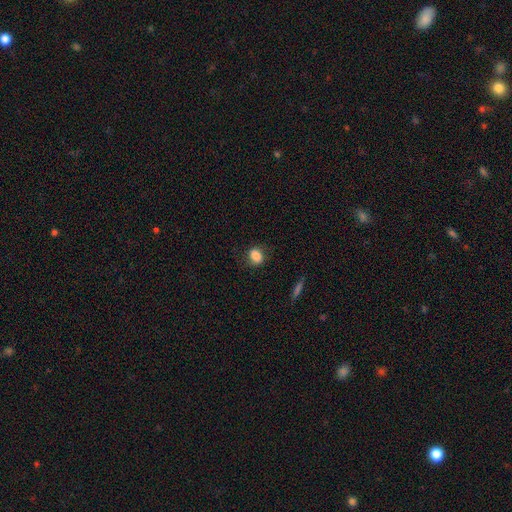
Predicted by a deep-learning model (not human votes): Overall: smooth (85%). How rounded: in between (55%; round 44%). Merging: none (76%).